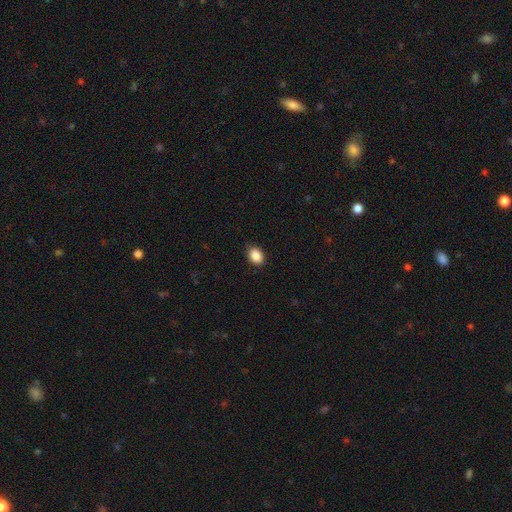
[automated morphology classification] Smooth or featured: smooth — 88% (star or artifact — 8%)
How rounded: in between — 73% (round — 26%)
Merging: none — 85% (minor disturbance — 12%)